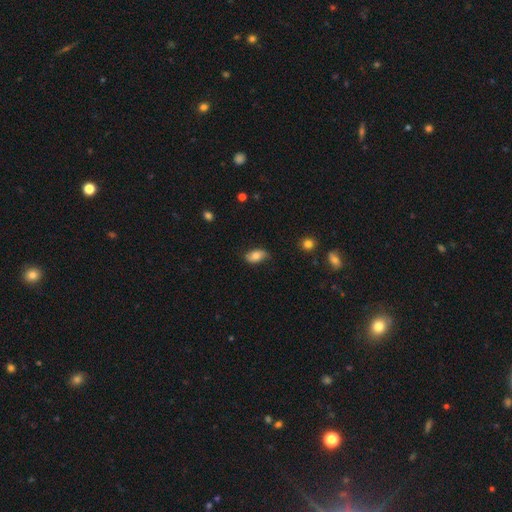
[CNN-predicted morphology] Smooth or featured? smooth (77%)
How rounded? in between (92%)
Merging? none (71%)